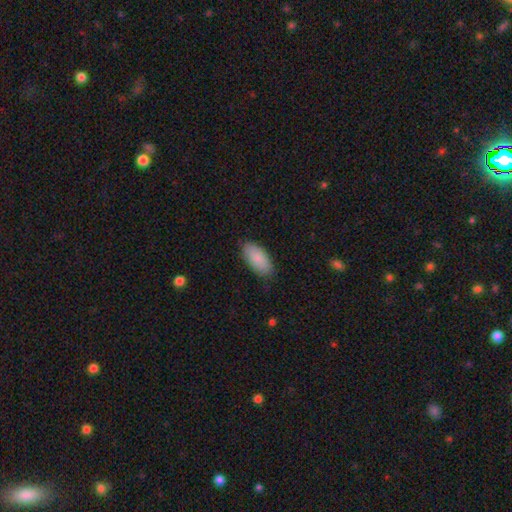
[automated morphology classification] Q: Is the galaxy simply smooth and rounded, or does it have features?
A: smooth — 87%.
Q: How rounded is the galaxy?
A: in between — 92%.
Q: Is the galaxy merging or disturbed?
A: none — 85%.